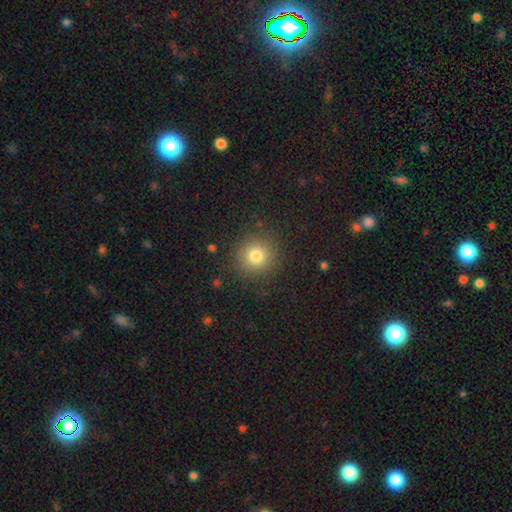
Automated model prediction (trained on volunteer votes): This is likely a smooth galaxy (78%). How rounded: clearly round (93%). Merging: clearly none (88%).